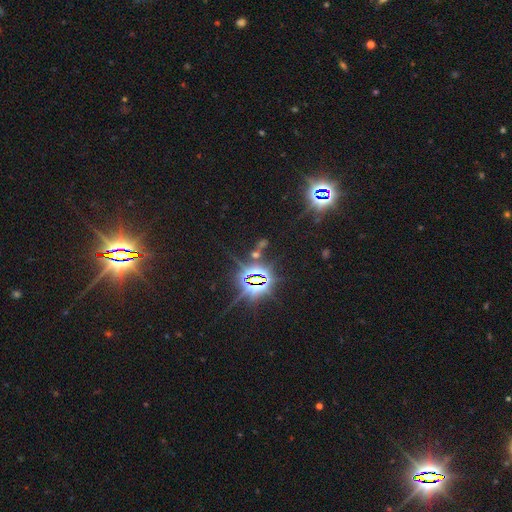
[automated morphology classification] star or artifact 84%, featured or disk 8%, smooth 8%.